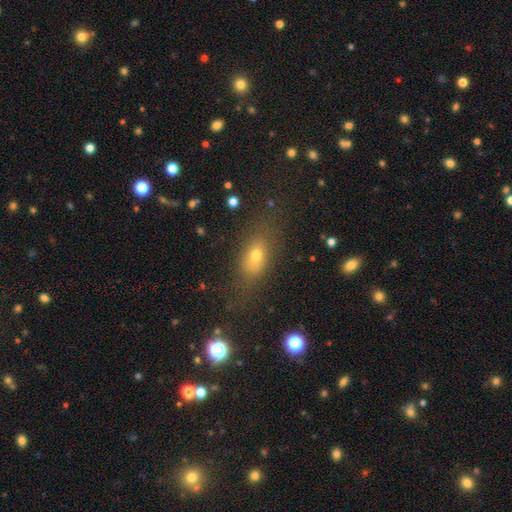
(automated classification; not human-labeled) A smooth galaxy with no disk features (68%) that is in between round and cigar-shaped (69%).

Vote fractions:
- Smooth or featured? smooth: 68% / star or artifact: 17% / featured or disk: 15%
- How rounded? in between: 69% / round: 20% / cigar-shaped: 11%
- Merging? none: 72% / minor disturbance: 16% / major disturbance: 9% / merger: 3%